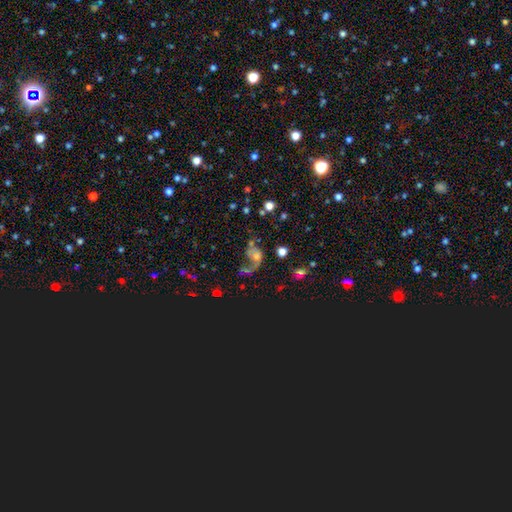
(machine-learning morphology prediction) Smooth or featured?
  - featured or disk: 44% *
  - star or artifact: 28%
  - smooth: 27%
Merging?
  - major disturbance: 35% *
  - none: 32%
  - merger: 18%
  - minor disturbance: 15%